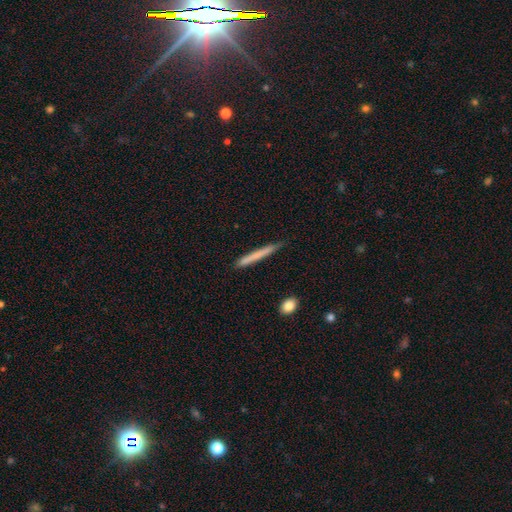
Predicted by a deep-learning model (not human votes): The model was most divided on "smooth or featured": smooth: 67%, featured or disk: 27%, star or artifact: 6%. More confident: how rounded — cigar-shaped (97%); merging — none (87%).